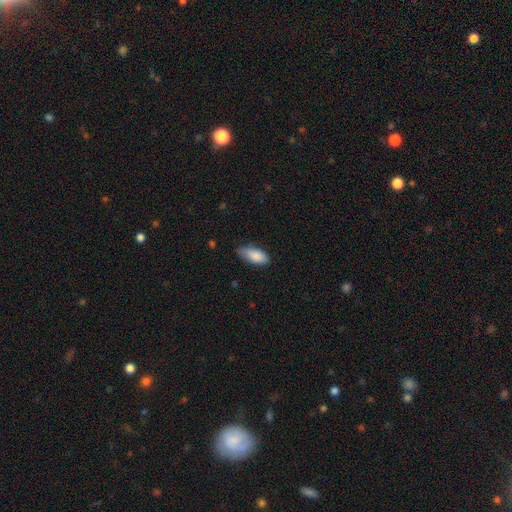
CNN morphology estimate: Smooth or featured?
  - smooth: 86% *
  - featured or disk: 8%
  - star or artifact: 6%
How rounded?
  - in between: 84% *
  - cigar-shaped: 14%
  - round: 2%
Merging?
  - none: 67% *
  - minor disturbance: 28%
  - major disturbance: 4%
  - merger: 1%